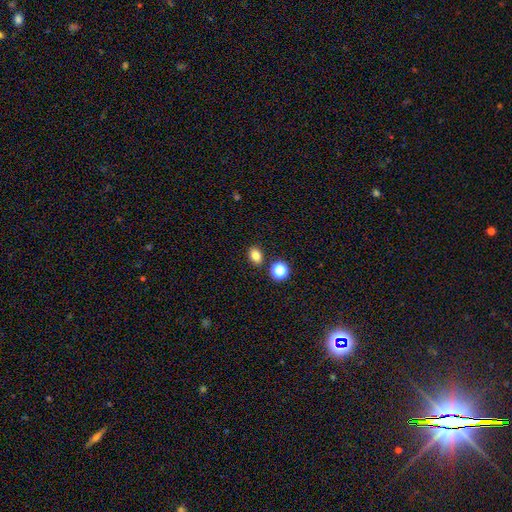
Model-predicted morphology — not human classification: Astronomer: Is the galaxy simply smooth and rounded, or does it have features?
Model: smooth — 80%.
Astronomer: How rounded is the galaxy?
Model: in between — 65%.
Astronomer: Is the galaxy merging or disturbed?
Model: none — 83%.